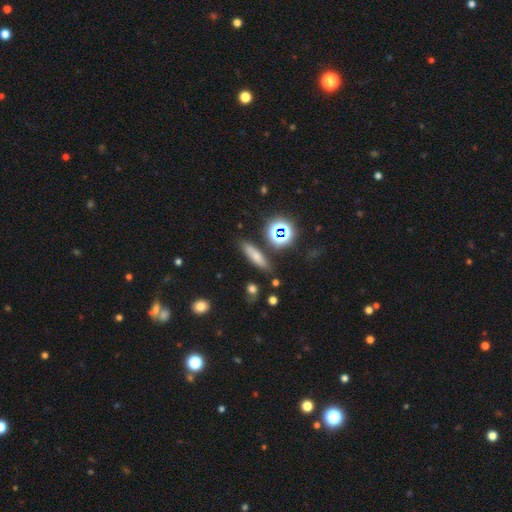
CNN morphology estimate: type=smooth (67%); roundness=cigar-shaped (65%); merging=none (80%).